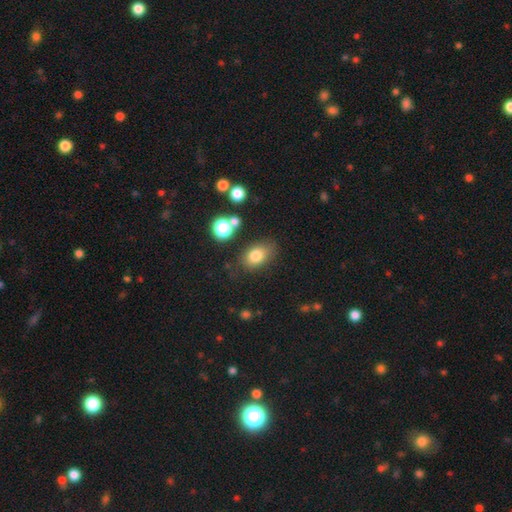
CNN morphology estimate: A smooth galaxy with no disk features (79%) that is in between round and cigar-shaped (81%). Merging: none (73%).